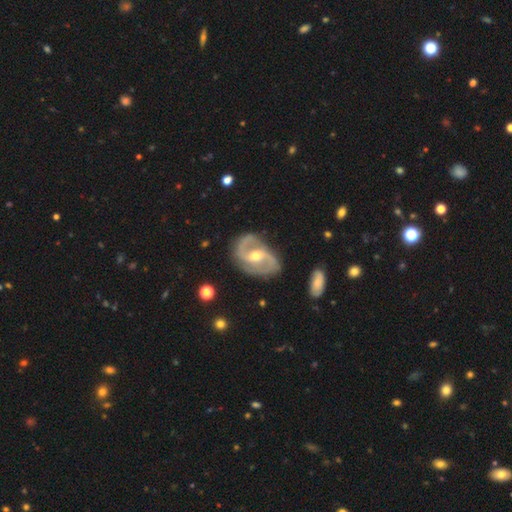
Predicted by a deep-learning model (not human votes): Q: Smooth or featured?
A: featured or disk (90%); runner-up: smooth (5%)
Q: Edge-on disk?
A: no (97%); runner-up: yes (3%)
Q: Bar?
A: weak (43%); runner-up: strong (29%)
Q: Spiral arms?
A: yes (96%); runner-up: no (4%)
Q: Spiral winding?
A: medium (52%); runner-up: loose (29%)
Q: Spiral arm count?
A: 2 (92%); runner-up: can't tell (3%)
Q: Bulge size?
A: moderate (61%); runner-up: small (35%)
Q: Merging?
A: none (79%); runner-up: minor disturbance (15%)